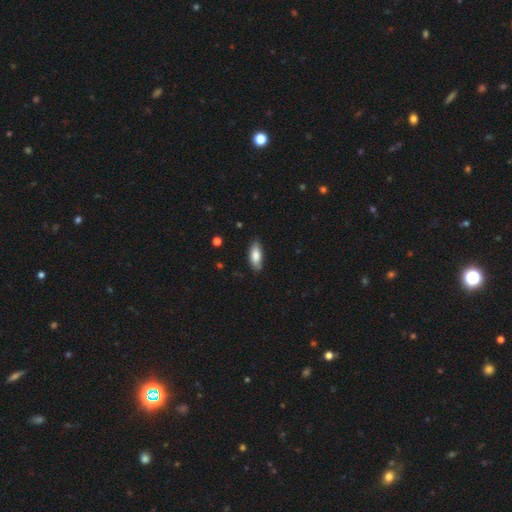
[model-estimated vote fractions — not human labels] This is clearly a smooth galaxy (83%). How rounded: clearly in between (81%). Merging: clearly none (81%).